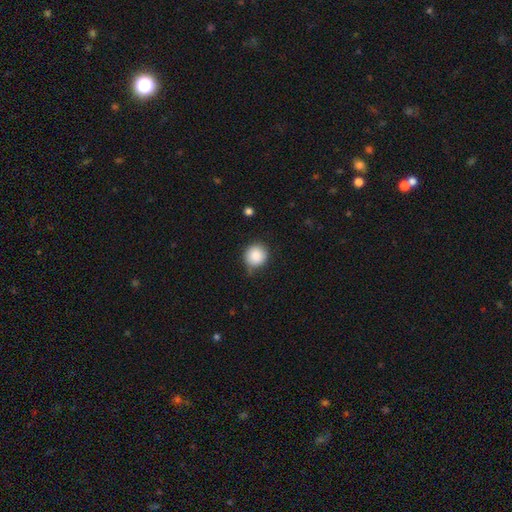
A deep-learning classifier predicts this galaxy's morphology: This is clearly a smooth galaxy (87%). How rounded: clearly round (91%). Merging: likely none (72%).